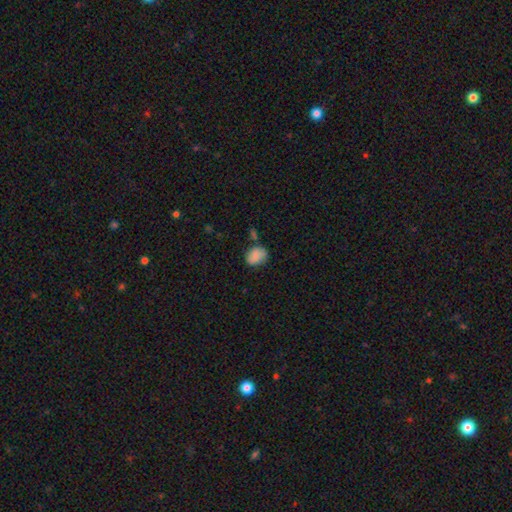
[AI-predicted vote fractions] smooth_or_featured: smooth (p=0.80) [alt: featured or disk p=0.12]
how_rounded: in between (p=0.57) [alt: round p=0.42]
merging: none (p=0.62) [alt: minor disturbance p=0.23]